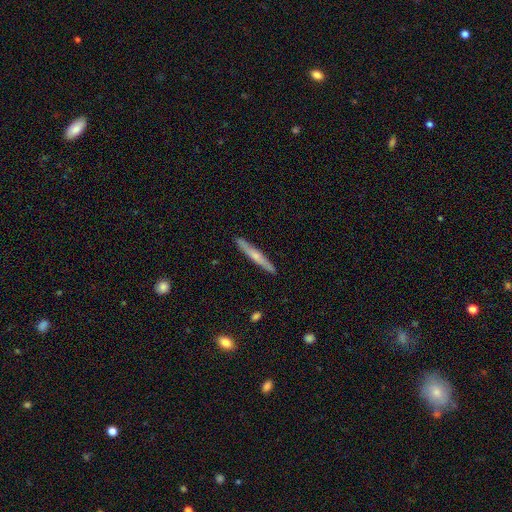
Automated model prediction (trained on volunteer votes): featured or disk 49%, smooth 45%, star or artifact 6%. Down the decision tree: merging — none (90%).